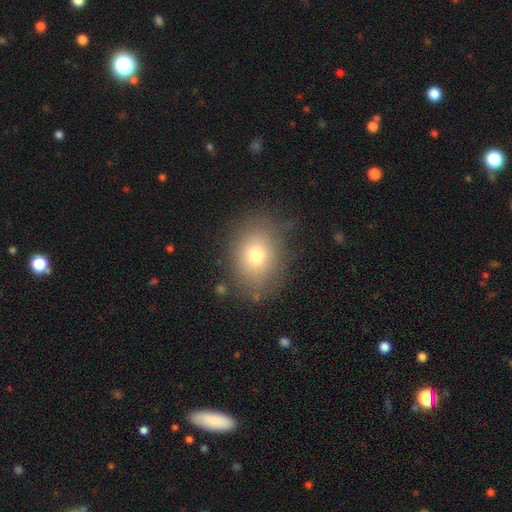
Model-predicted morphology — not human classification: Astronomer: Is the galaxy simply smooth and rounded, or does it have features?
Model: smooth — 74%.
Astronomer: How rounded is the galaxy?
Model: in between — 56% (runner-up: round, 43%).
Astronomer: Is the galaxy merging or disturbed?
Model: none — 76%.